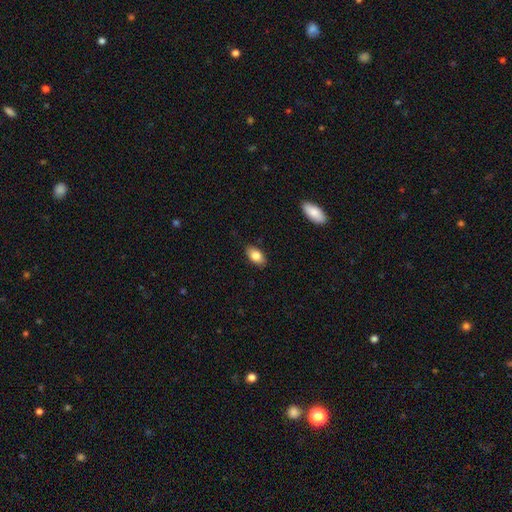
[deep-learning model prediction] smooth_or_featured: smooth (p=0.83) [alt: featured or disk p=0.10]
how_rounded: in between (p=0.91) [alt: round p=0.06]
merging: none (p=0.87) [alt: minor disturbance p=0.10]